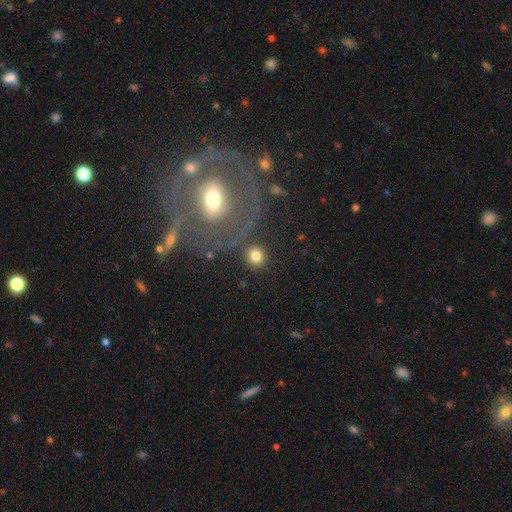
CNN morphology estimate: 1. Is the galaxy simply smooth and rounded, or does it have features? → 81% smooth, 10% star or artifact, 9% featured or disk.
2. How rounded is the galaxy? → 91% round, 8% in between, 1% cigar-shaped.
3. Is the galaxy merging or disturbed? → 83% none, 7% minor disturbance, 6% merger, 4% major disturbance.